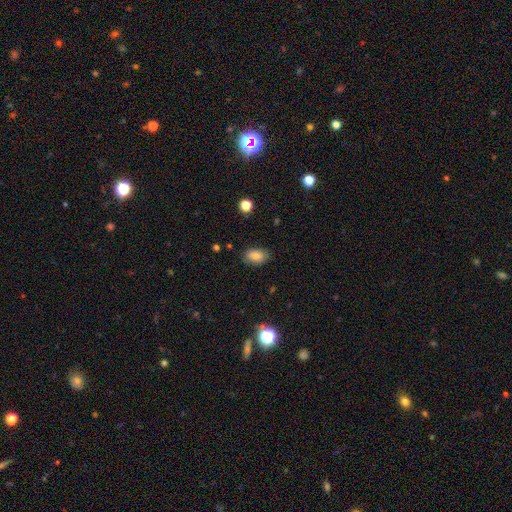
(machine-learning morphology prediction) Smooth or featured?
  - smooth: 82% *
  - star or artifact: 9%
  - featured or disk: 8%
How rounded?
  - in between: 89% *
  - round: 10%
  - cigar-shaped: 2%
Merging?
  - none: 80% *
  - minor disturbance: 16%
  - major disturbance: 3%
  - merger: 1%